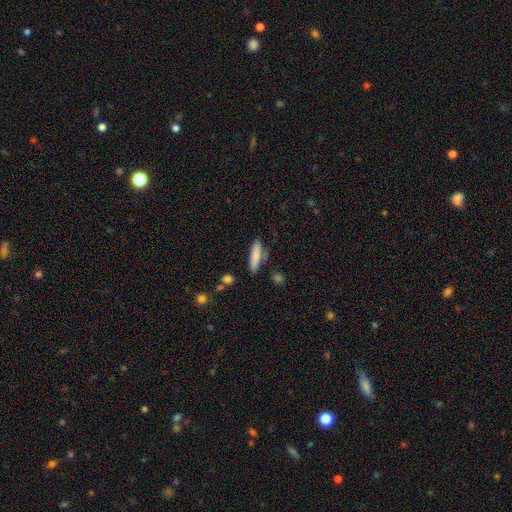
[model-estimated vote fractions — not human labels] smooth-or-featured: smooth: 79% | featured or disk: 14% | star or artifact: 7%
  how-rounded: cigar-shaped: 76% | in between: 23% | round: 2%
  merging: none: 74% | minor disturbance: 16% | merger: 6% | major disturbance: 4%